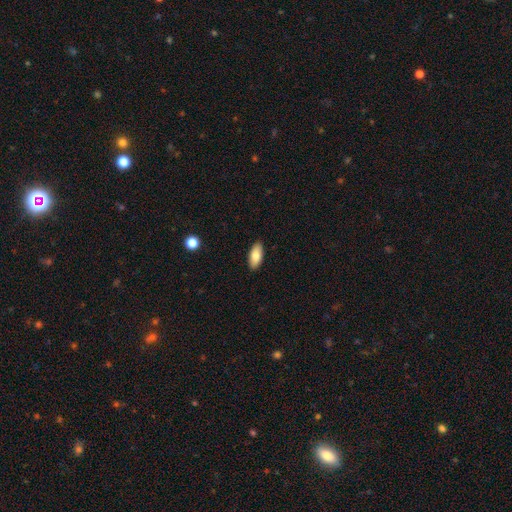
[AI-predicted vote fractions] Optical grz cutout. It shows a smooth galaxy with no disk features (83%) that is in between round and cigar-shaped (88%). Merging: none (89%).